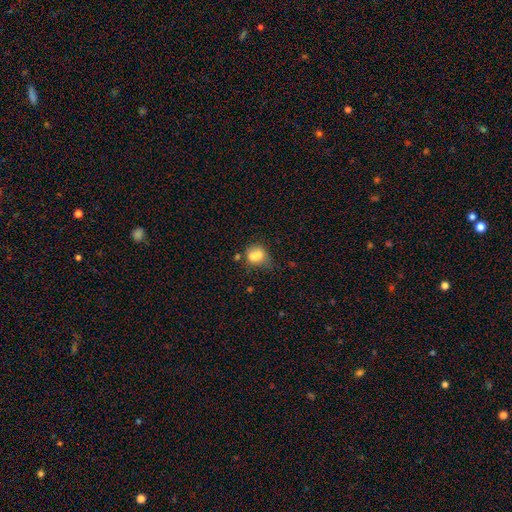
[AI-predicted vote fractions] Q: Smooth or featured?
A: smooth (68%); runner-up: featured or disk (21%)
Q: How rounded?
A: round (64%); runner-up: in between (35%)
Q: Merging?
A: merger (54%); runner-up: none (28%)